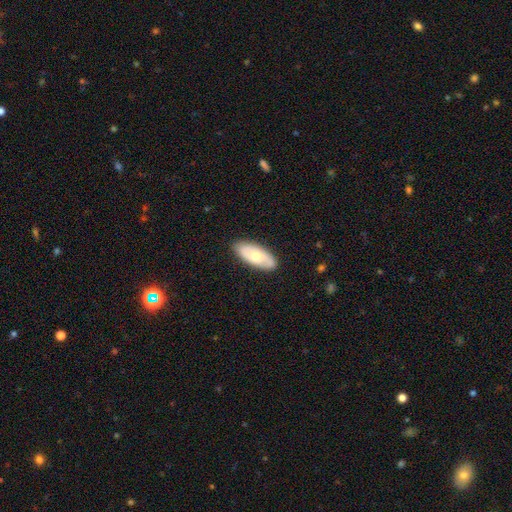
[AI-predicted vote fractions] Overall: smooth (55%; featured or disk 39%). How rounded: in between (86%). Merging: none (87%).